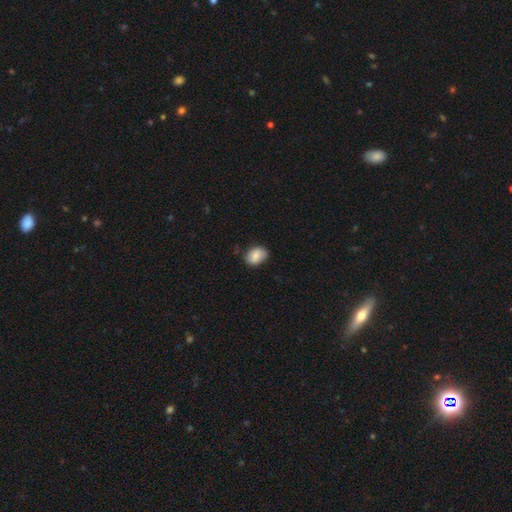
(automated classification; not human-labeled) Overall: smooth (81%). How rounded: in between (68%; round 31%). Merging: none (72%).